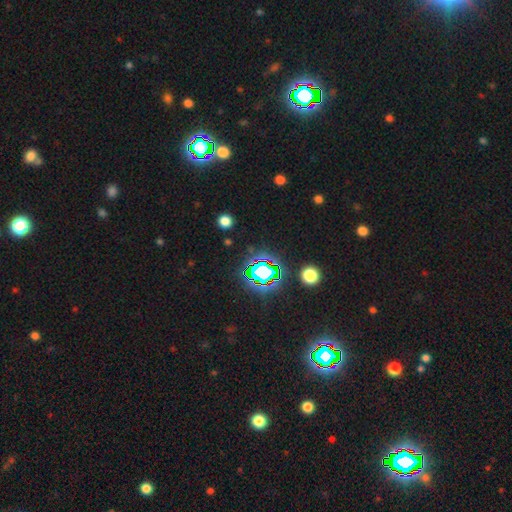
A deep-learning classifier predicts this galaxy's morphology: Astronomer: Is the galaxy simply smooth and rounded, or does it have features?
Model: star or artifact — 79%.